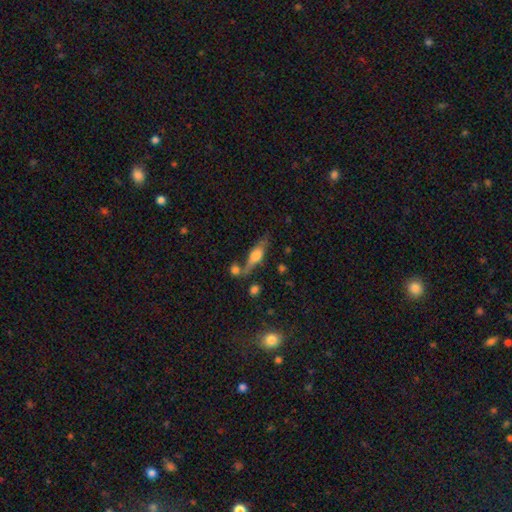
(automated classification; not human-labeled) Q: Smooth or featured?
A: smooth (47%); runner-up: featured or disk (45%)
Q: Merging?
A: none (59%); runner-up: minor disturbance (17%)